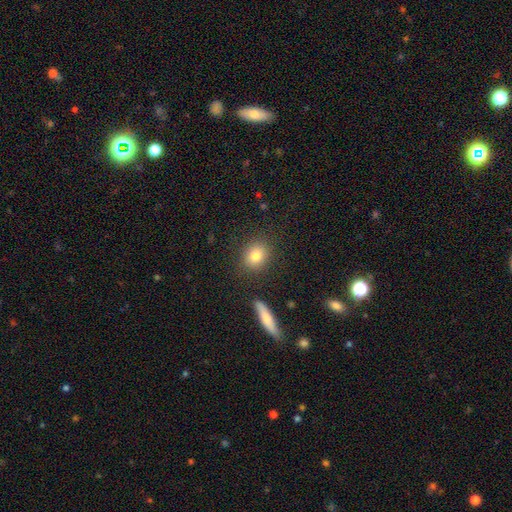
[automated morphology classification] A smooth galaxy with no disk features (82%) that is round (67%).

Vote fractions:
- Smooth or featured? smooth: 82% / star or artifact: 9% / featured or disk: 9%
- How rounded? round: 67% / in between: 30% / cigar-shaped: 2%
- Merging? none: 86% / minor disturbance: 8% / merger: 3% / major disturbance: 3%